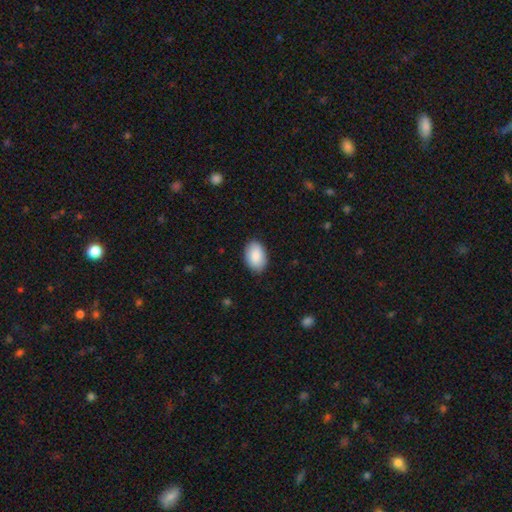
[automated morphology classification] Overall: smooth (89%). How rounded: in between (89%). Merging: none (87%).